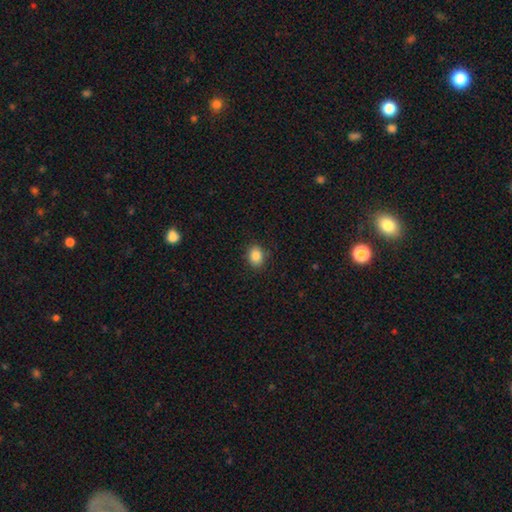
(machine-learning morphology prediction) type=smooth (86%); roundness=in between (54%); merging=none (88%).